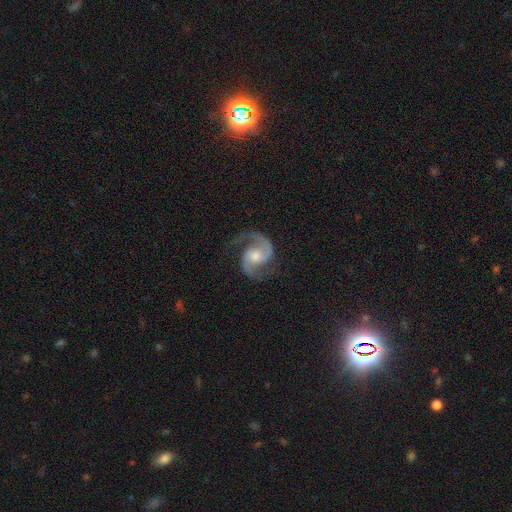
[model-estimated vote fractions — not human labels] Smooth or featured? Predicted: featured or disk (p=0.92). Edge-on disk? Predicted: no (p=0.98). Bar? Predicted: no (p=0.59). Spiral arms? Predicted: yes (p=0.98). Spiral winding? Predicted: medium (p=0.61). Spiral arm count? Predicted: 2 (p=0.94). Bulge size? Predicted: moderate (p=0.58). Merging? Predicted: none (p=0.77).